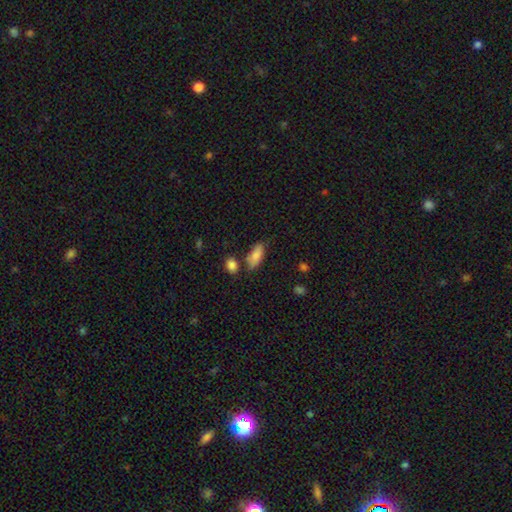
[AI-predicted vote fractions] smooth-or-featured: smooth: 84% | featured or disk: 9% | star or artifact: 7%
  how-rounded: in between: 84% | cigar-shaped: 14% | round: 3%
  merging: none: 66% | minor disturbance: 19% | merger: 10% | major disturbance: 5%